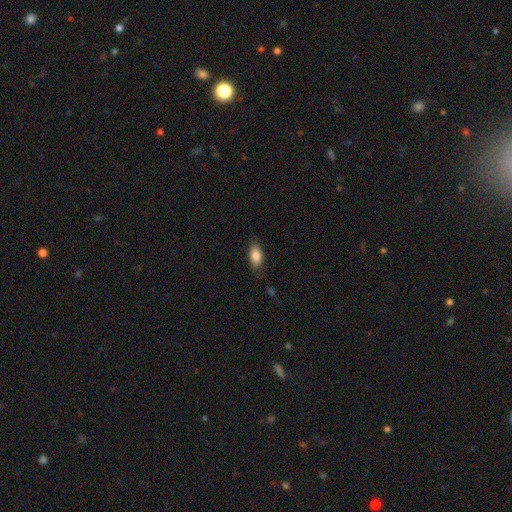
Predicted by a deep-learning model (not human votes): Smooth or featured? Predicted: smooth (p=0.86). How rounded? Predicted: in between (p=0.90). Merging? Predicted: none (p=0.84).